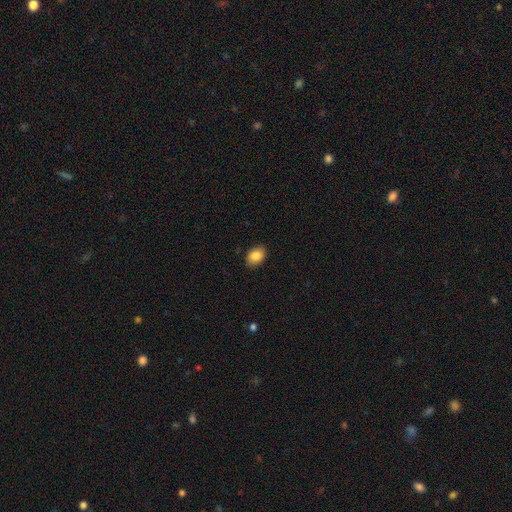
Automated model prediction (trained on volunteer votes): This is clearly a smooth galaxy (87%). How rounded: likely in between (77%). Merging: clearly none (88%).